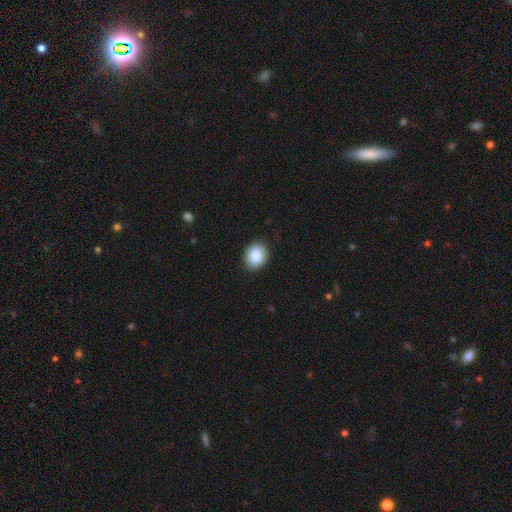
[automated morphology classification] The model was most divided on "how rounded": in between: 50%, round: 49%, cigar-shaped: 1%. More confident: merging — none (89%); smooth or featured — smooth (87%).